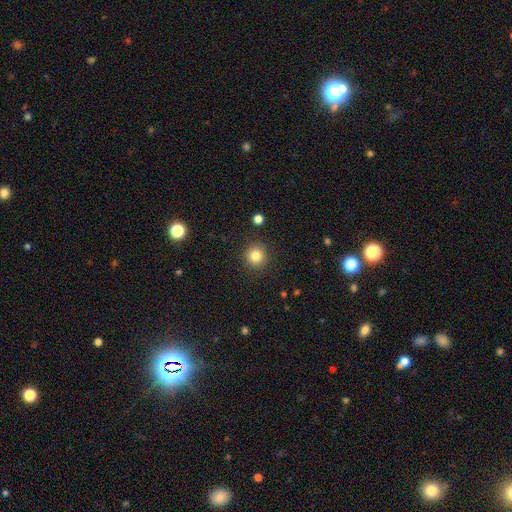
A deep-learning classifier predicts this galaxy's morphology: Smooth or featured? Predicted: smooth (p=0.82). How rounded? Predicted: round (p=0.94). Merging? Predicted: none (p=0.90).